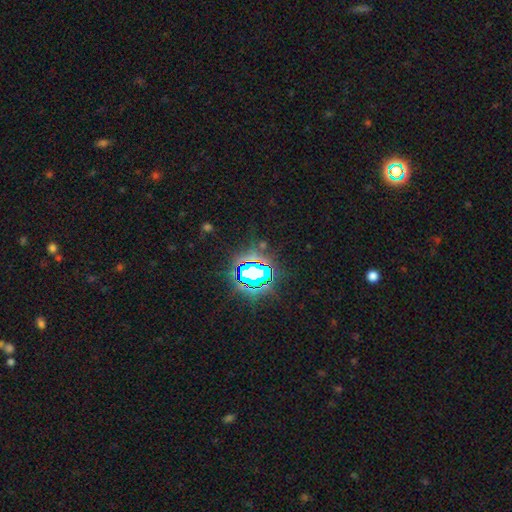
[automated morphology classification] A star or artifact, not a galaxy (81%).

Vote fractions:
- Smooth or featured? star or artifact: 81% / smooth: 13% / featured or disk: 7%